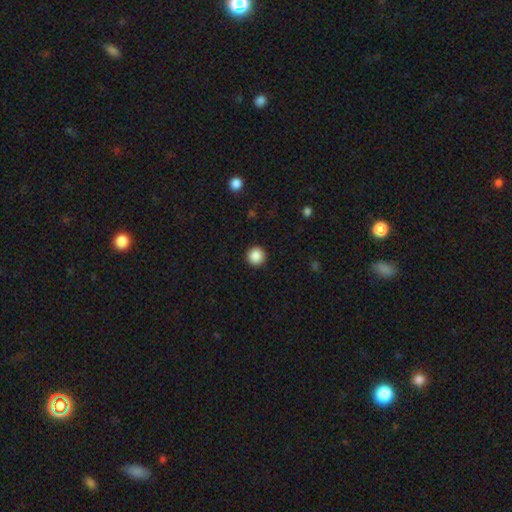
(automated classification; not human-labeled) The model was most divided on "smooth or featured": smooth: 88%, star or artifact: 9%, featured or disk: 3%. More confident: how rounded — round (96%); merging — none (93%).